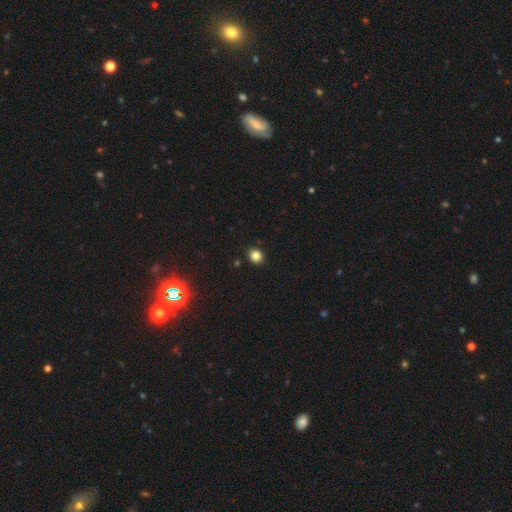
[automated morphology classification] Q: Smooth or featured?
A: smooth (83%); runner-up: star or artifact (13%)
Q: How rounded?
A: round (82%); runner-up: in between (17%)
Q: Merging?
A: none (91%); runner-up: minor disturbance (6%)